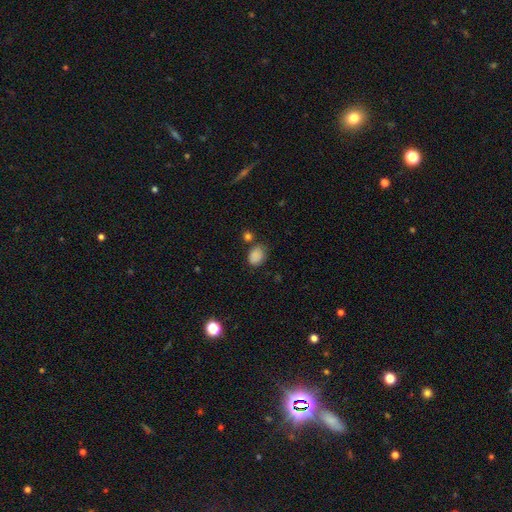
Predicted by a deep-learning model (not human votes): Smooth or featured? Predicted: smooth (p=0.86). How rounded? Predicted: in between (p=0.61). Merging? Predicted: none (p=0.67).